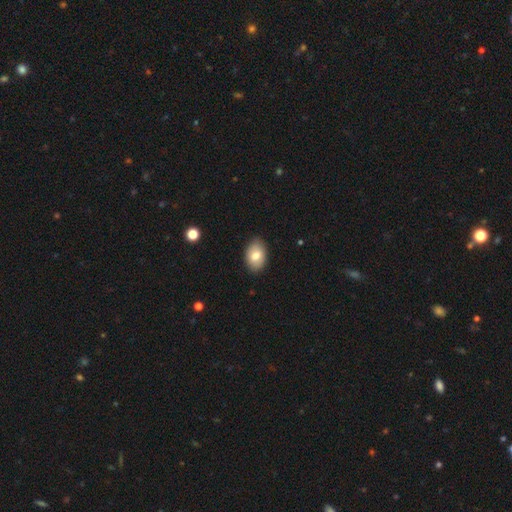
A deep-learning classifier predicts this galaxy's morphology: Q: Smooth or featured?
A: smooth (78%); runner-up: featured or disk (14%)
Q: How rounded?
A: in between (86%); runner-up: round (13%)
Q: Merging?
A: none (86%); runner-up: minor disturbance (11%)